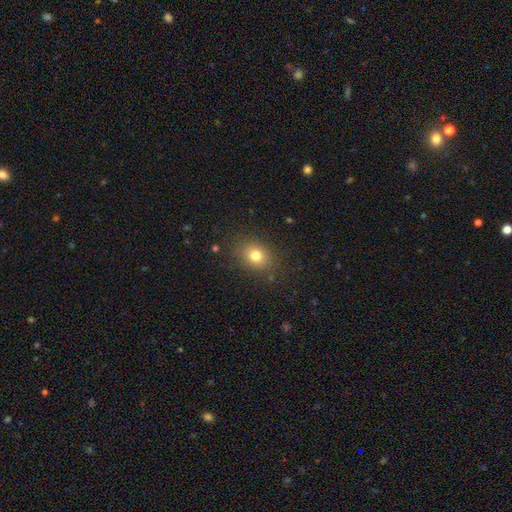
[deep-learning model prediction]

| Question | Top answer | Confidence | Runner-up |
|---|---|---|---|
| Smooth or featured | smooth | 78% | star or artifact (13%) |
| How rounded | round | 56% | in between (43%) |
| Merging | none | 84% | minor disturbance (11%) |